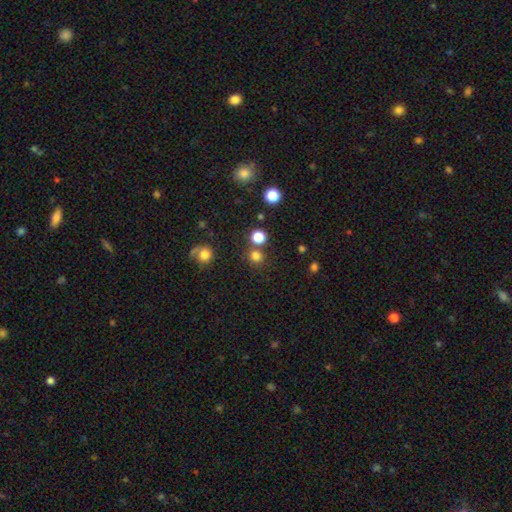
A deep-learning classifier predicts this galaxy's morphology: smooth_or_featured: smooth (p=0.77) [alt: star or artifact p=0.18]
how_rounded: round (p=0.91) [alt: in between p=0.08]
merging: none (p=0.76) [alt: merger p=0.14]